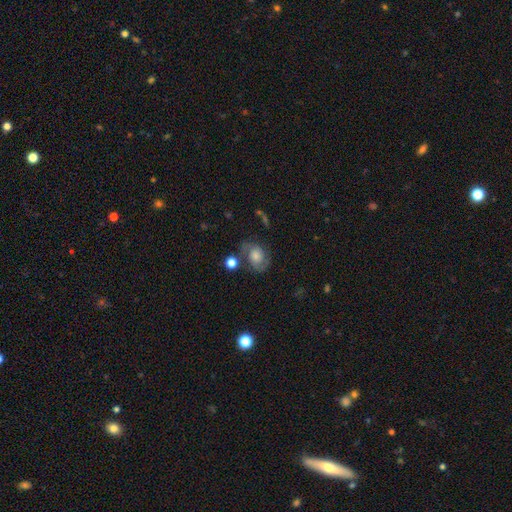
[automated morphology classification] This appears to be a featured or disk galaxy (61%) with no bar (71%), 2 (83%) medium (48%) spiral arms (86%) and a moderate central bulge (39%). Merging: none (66%).